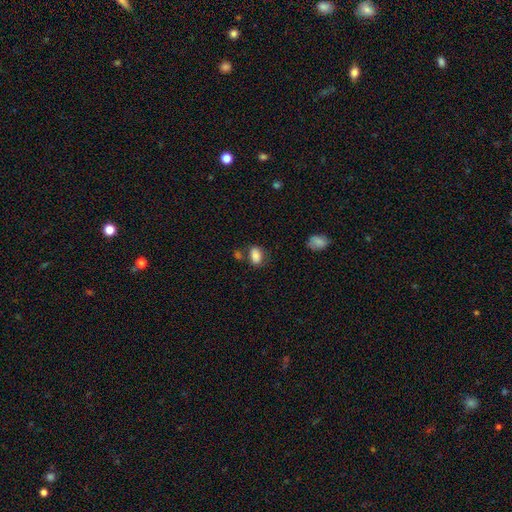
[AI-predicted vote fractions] This appears to be a smooth galaxy with no disk features (85%) that is in between round and cigar-shaped (86%). Merging: none (61%).